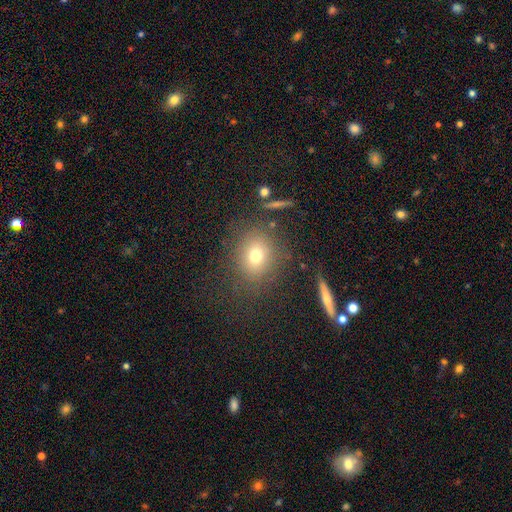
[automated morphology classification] Smooth or featured?
  - smooth: 72% *
  - star or artifact: 16%
  - featured or disk: 13%
How rounded?
  - round: 64% *
  - in between: 34%
  - cigar-shaped: 2%
Merging?
  - none: 80% *
  - minor disturbance: 11%
  - major disturbance: 6%
  - merger: 3%